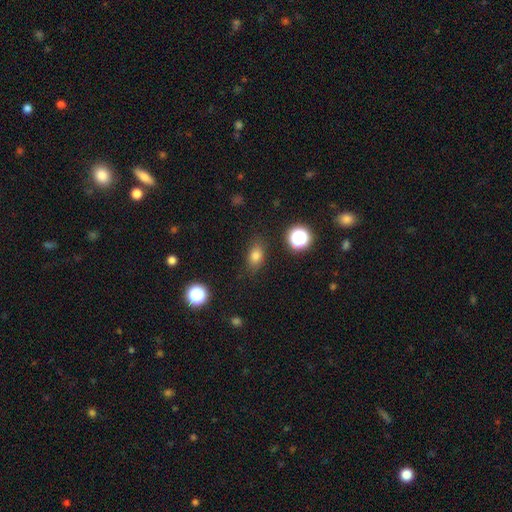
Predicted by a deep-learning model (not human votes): A smooth galaxy with no disk features (78%) that is in between round and cigar-shaped (71%). Merging: none (82%).